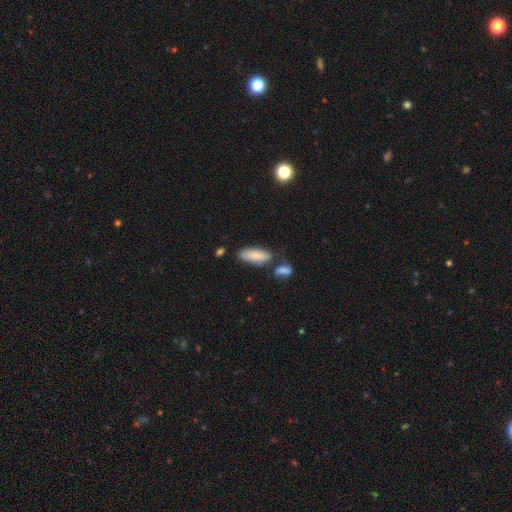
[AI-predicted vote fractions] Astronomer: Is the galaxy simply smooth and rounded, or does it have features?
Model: smooth — 79%.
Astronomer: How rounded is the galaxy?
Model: in between — 75%.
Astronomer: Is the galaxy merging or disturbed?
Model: none — 58%.